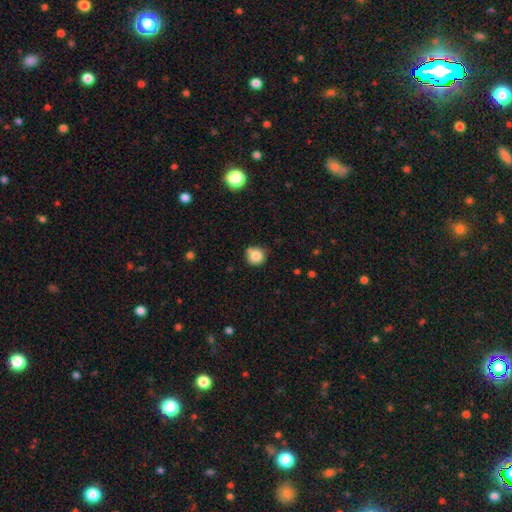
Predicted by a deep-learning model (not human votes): A smooth galaxy with no disk features (83%) that is round (93%). Merging: none (74%).